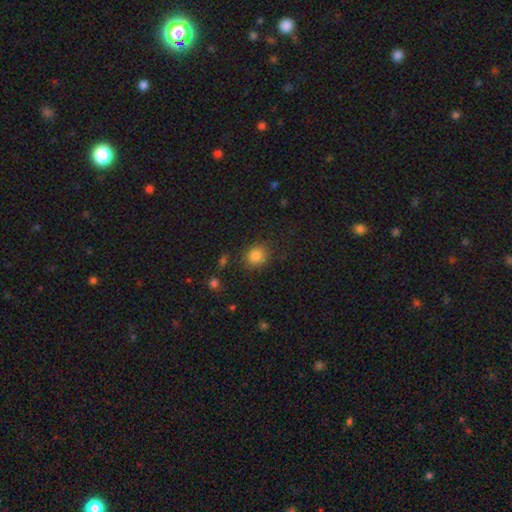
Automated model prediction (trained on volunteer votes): Morphology: type=smooth (83%); roundness=round (77%); merging=none (81%).